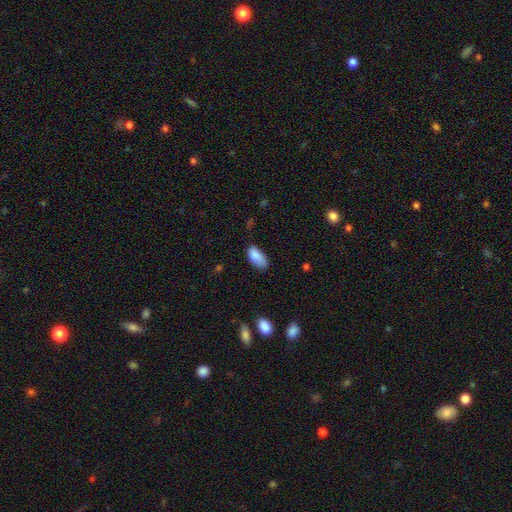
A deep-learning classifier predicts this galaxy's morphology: This is clearly a smooth galaxy (84%). How rounded: clearly in between (91%). Merging: possibly none (55%).